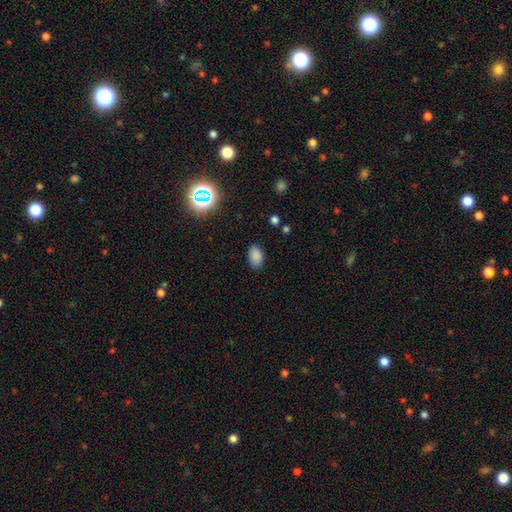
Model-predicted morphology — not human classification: Q: Smooth or featured?
A: smooth (85%); runner-up: star or artifact (11%)
Q: How rounded?
A: in between (89%); runner-up: round (10%)
Q: Merging?
A: none (85%); runner-up: minor disturbance (12%)